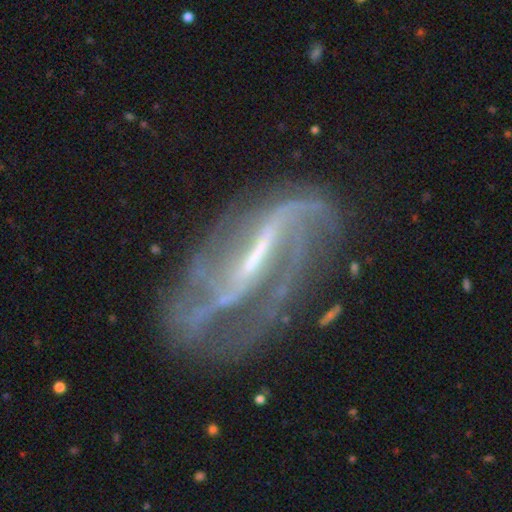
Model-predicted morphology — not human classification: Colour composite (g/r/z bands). It shows a featured or disk galaxy (86%) with a strong bar (61%), 2 (50%) loose (42%) spiral arms (91%) and a small central bulge (47%). Merging: none (53%).